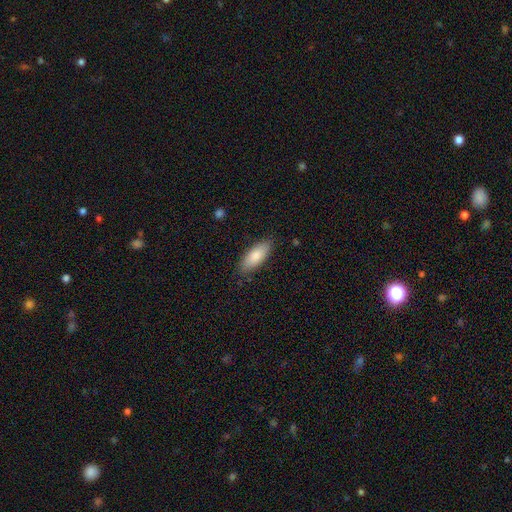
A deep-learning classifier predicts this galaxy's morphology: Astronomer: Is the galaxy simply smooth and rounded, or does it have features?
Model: smooth — 83%.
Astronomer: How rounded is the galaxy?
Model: in between — 79%.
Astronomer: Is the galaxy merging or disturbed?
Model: none — 84%.